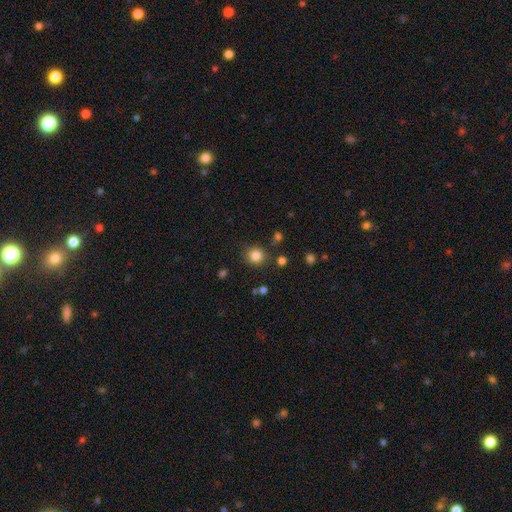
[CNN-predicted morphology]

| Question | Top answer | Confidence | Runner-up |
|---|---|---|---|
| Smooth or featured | smooth | 84% | star or artifact (12%) |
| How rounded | round | 89% | in between (10%) |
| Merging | none | 84% | minor disturbance (9%) |